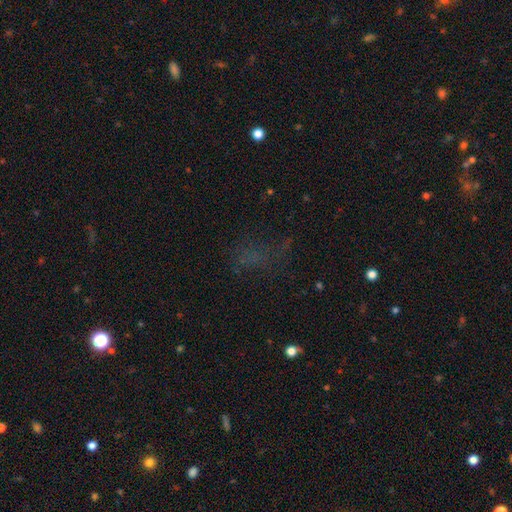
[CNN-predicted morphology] Smooth or featured: star or artifact — 41% (smooth — 39%)